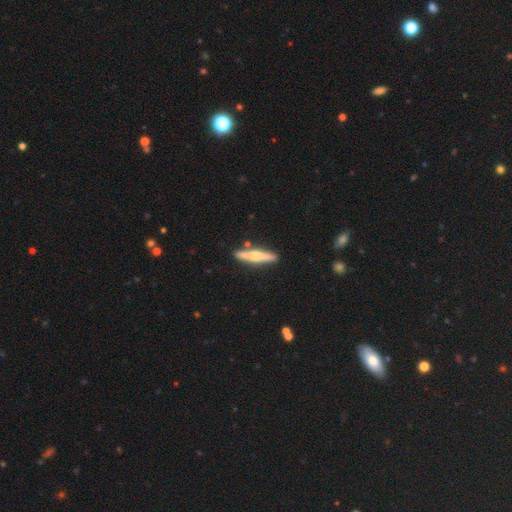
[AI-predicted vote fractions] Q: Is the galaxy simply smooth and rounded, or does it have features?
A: featured or disk — 53%.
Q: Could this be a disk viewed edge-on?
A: yes — 96%.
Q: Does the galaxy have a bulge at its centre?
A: rounded — 82%.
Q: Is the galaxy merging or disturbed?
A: none — 86%.